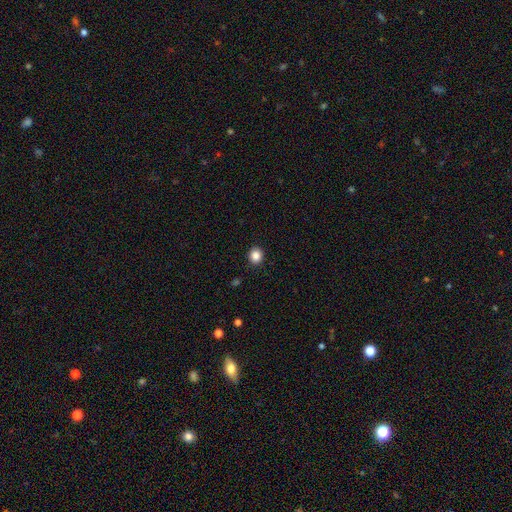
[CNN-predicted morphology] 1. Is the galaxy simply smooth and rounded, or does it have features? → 86% smooth, 11% star or artifact, 4% featured or disk.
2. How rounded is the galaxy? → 84% round, 15% in between, 1% cigar-shaped.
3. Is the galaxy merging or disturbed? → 91% none, 6% minor disturbance, 2% major disturbance, 1% merger.